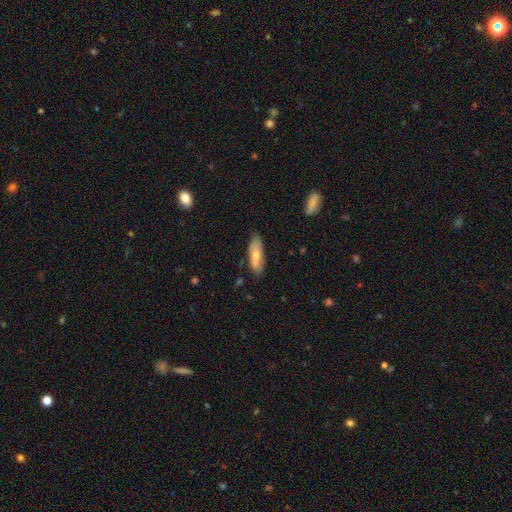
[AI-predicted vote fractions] A smooth galaxy with no disk features (65%) that is in between round and cigar-shaped (60%).

Vote fractions:
- Smooth or featured? smooth: 65% / featured or disk: 28% / star or artifact: 6%
- How rounded? in between: 60% / cigar-shaped: 37% / round: 2%
- Merging? none: 67% / minor disturbance: 22% / merger: 7% / major disturbance: 4%